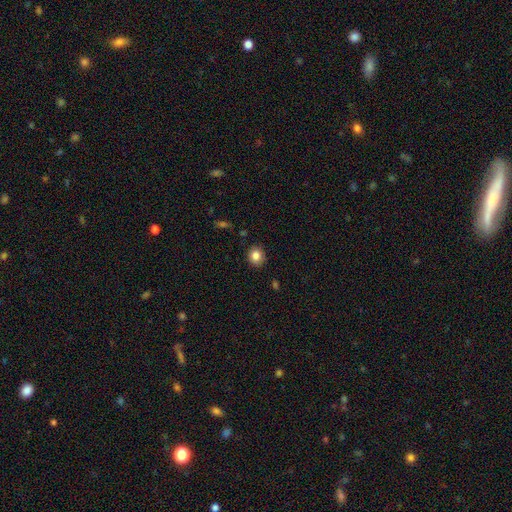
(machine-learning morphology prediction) Smooth or featured? Predicted: smooth (p=0.84). How rounded? Predicted: round (p=0.77). Merging? Predicted: none (p=0.88).